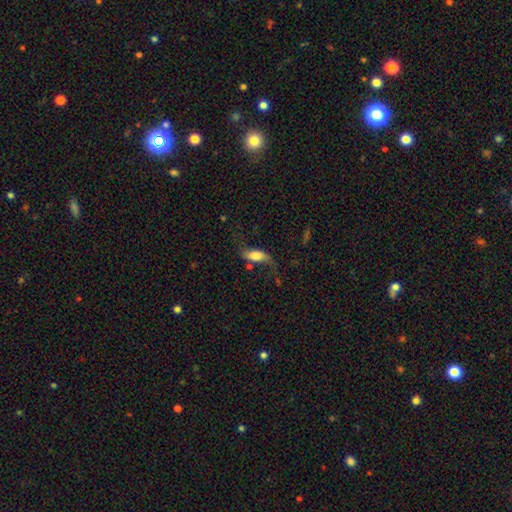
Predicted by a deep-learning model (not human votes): featured or disk 48%, smooth 43%, star or artifact 9%. Down the decision tree: merging — none (47%).